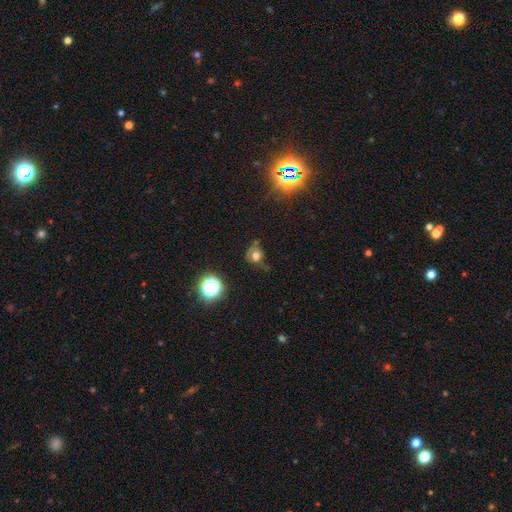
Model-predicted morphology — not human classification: smooth-or-featured: smooth: 61% | star or artifact: 20% | featured or disk: 19%
  how-rounded: round: 71% | in between: 27% | cigar-shaped: 1%
  merging: none: 41% | minor disturbance: 27% | major disturbance: 26% | merger: 7%